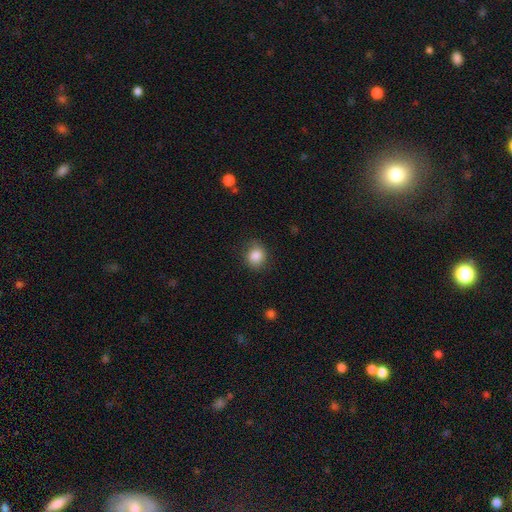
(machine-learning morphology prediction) smooth 86%, star or artifact 9%, featured or disk 5%. Down the decision tree: how rounded — round (75%); merging — none (82%).